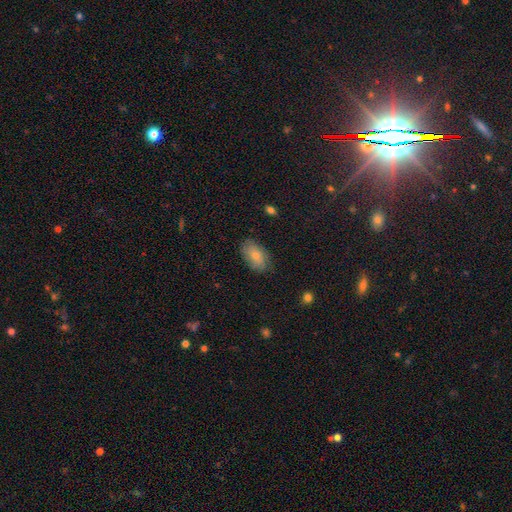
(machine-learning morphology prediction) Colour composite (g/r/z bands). It shows a smooth galaxy with no disk features (75%) that is in between round and cigar-shaped (93%). Merging: none (78%).